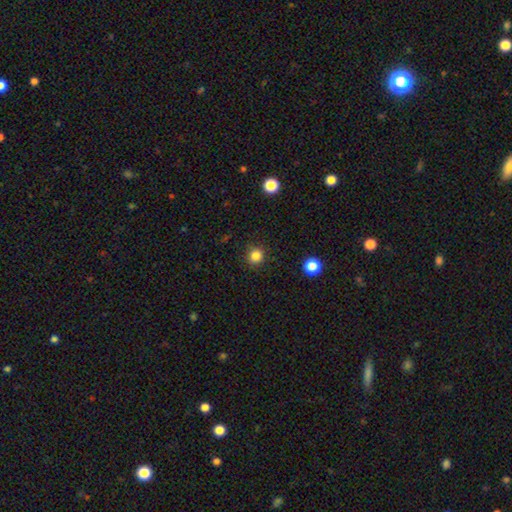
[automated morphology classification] A smooth galaxy with no disk features (84%) that is round (92%). Merging: none (90%).